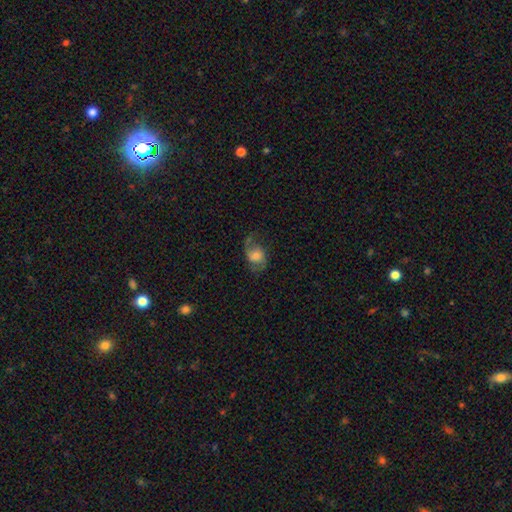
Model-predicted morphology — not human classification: This is possibly a featured or disk galaxy (56%). It is clearly not viewed edge-on (97%). Bar: likely no (66%). Spiral arm pattern: clearly yes (89%). Central bulge: marginally moderate (39%). Merging: possibly none (59%).